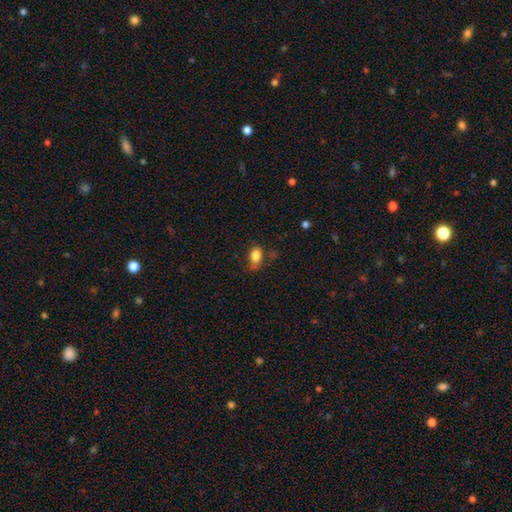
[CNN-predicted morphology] This is clearly a smooth galaxy (84%). How rounded: likely in between (79%). Merging: likely none (62%).